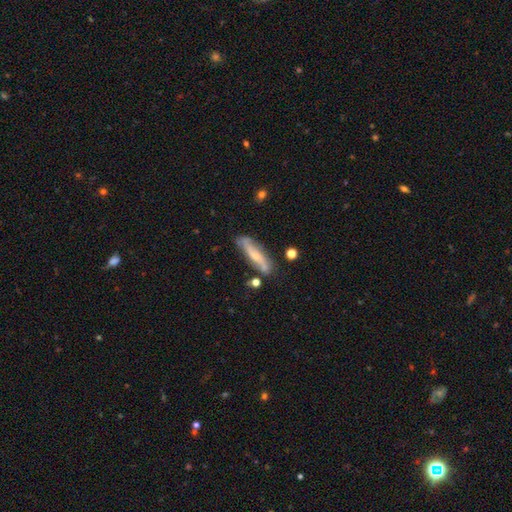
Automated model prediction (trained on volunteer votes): Morphology: type=featured or disk (58%); edge-on=no (51%); merging=none (70%).